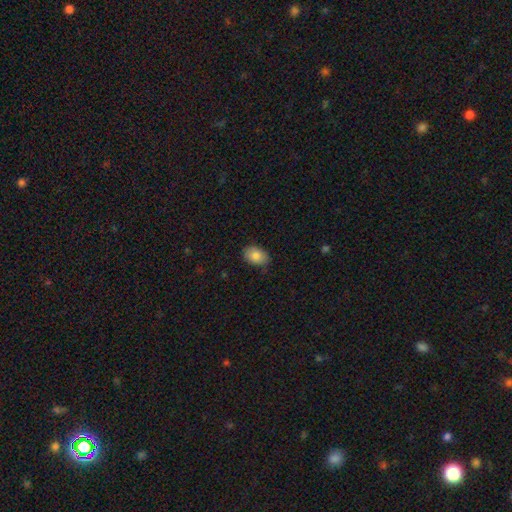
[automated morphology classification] The model was most divided on "merging": none: 83%, minor disturbance: 14%, major disturbance: 2%, merger: 1%. More confident: smooth or featured — smooth (85%); how rounded — in between (85%).